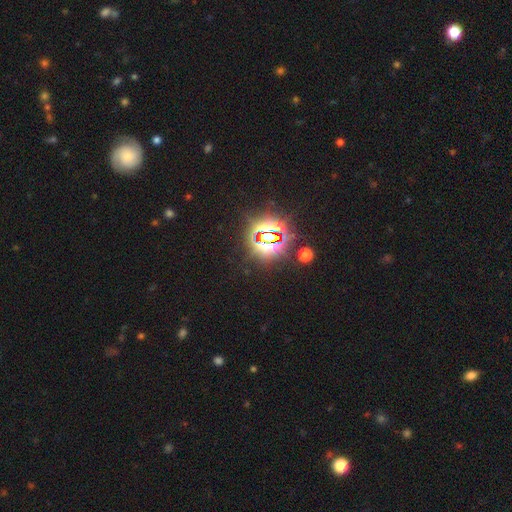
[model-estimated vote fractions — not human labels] The model was most divided on "smooth or featured": star or artifact: 84%, smooth: 10%, featured or disk: 6%.